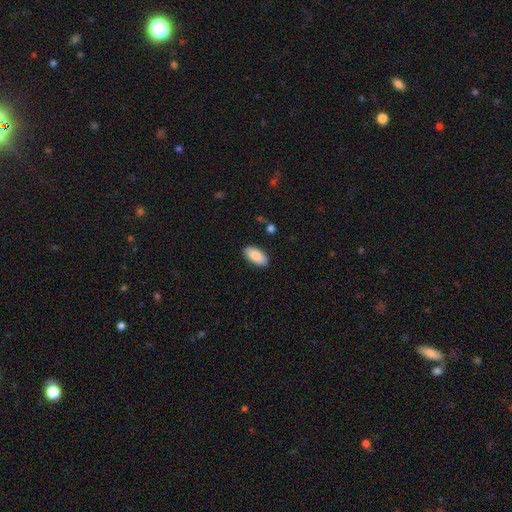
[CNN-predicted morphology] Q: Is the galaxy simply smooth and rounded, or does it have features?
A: smooth — 85%.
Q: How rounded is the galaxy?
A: in between — 92%.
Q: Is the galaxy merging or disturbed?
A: none — 89%.